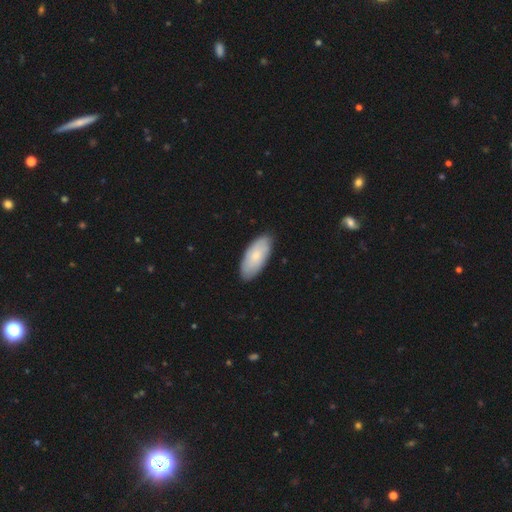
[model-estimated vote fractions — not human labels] Smooth or featured? Predicted: smooth (p=0.73). How rounded? Predicted: in between (p=0.90). Merging? Predicted: none (p=0.86).